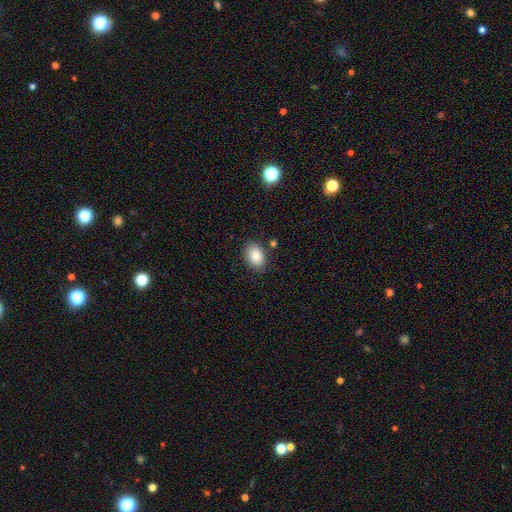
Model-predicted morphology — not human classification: Smooth or featured: smooth — 84% (featured or disk — 8%)
How rounded: in between — 83% (round — 16%)
Merging: none — 83% (minor disturbance — 11%)